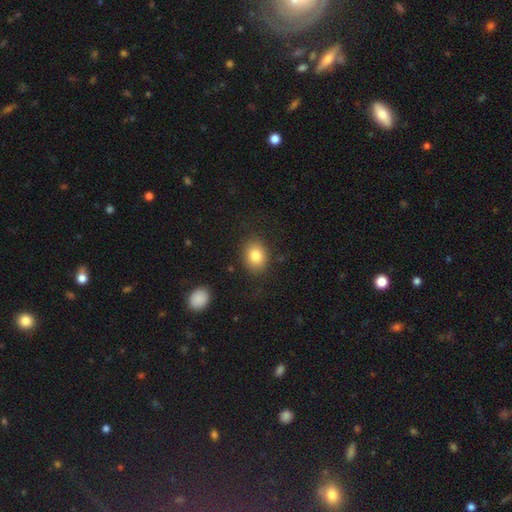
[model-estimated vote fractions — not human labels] This is clearly a smooth galaxy (82%). How rounded: possibly in between (56%). Merging: clearly none (83%).